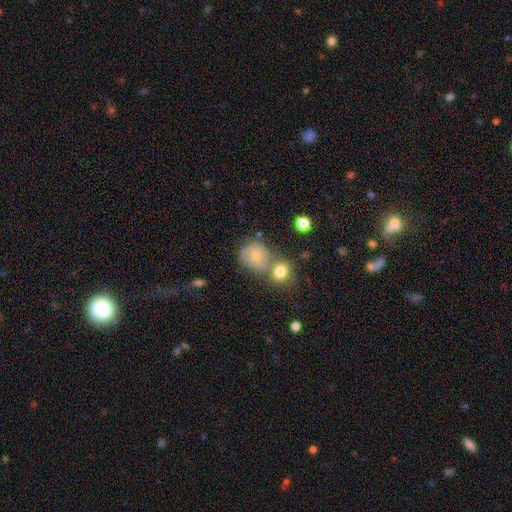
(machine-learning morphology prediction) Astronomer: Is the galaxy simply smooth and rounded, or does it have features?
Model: smooth — 68%.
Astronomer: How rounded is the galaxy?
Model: round — 74%.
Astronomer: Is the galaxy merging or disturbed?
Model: merger — 43% (runner-up: none, 38%).